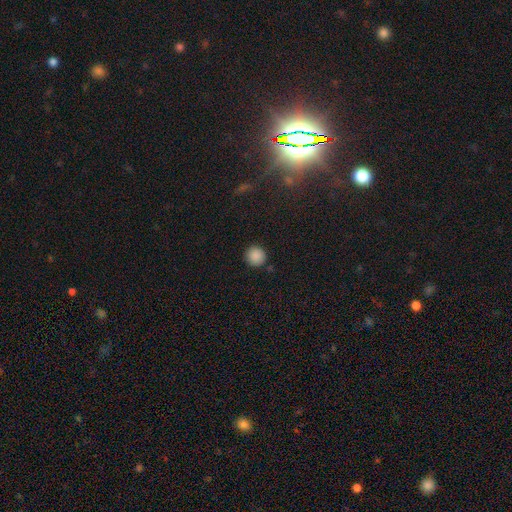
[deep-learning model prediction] Q: Smooth or featured?
A: smooth (88%); runner-up: star or artifact (9%)
Q: How rounded?
A: round (94%); runner-up: in between (5%)
Q: Merging?
A: none (90%); runner-up: minor disturbance (6%)